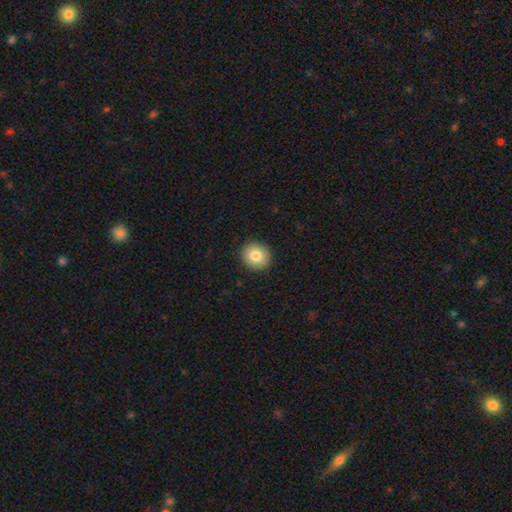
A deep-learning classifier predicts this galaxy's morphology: smooth-or-featured: smooth: 82% | star or artifact: 9% | featured or disk: 9%
  how-rounded: round: 87% | in between: 12% | cigar-shaped: 1%
  merging: none: 92% | minor disturbance: 5% | major disturbance: 2% | merger: 1%